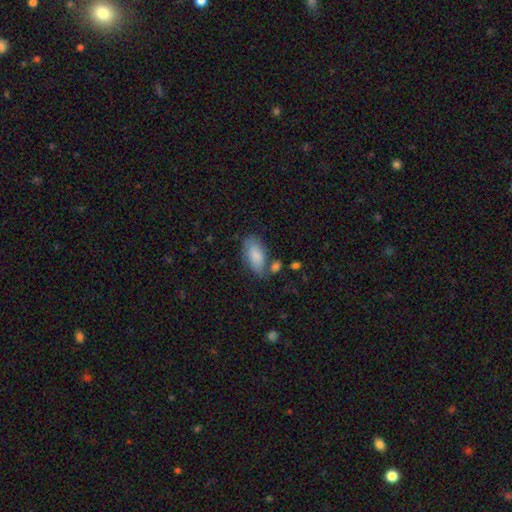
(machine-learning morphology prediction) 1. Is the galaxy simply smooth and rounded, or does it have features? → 80% smooth, 14% featured or disk, 6% star or artifact.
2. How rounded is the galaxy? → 91% in between, 6% cigar-shaped, 3% round.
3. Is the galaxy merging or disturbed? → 57% none, 23% minor disturbance, 13% merger, 8% major disturbance.